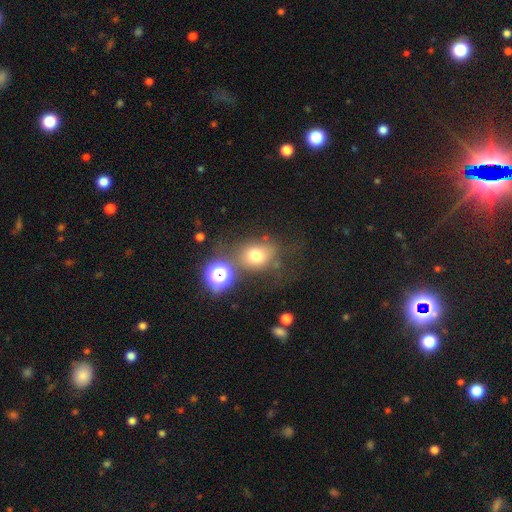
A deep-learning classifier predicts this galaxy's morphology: smooth 71%, star or artifact 17%, featured or disk 12%. Down the decision tree: how rounded — round (58%); merging — none (62%).